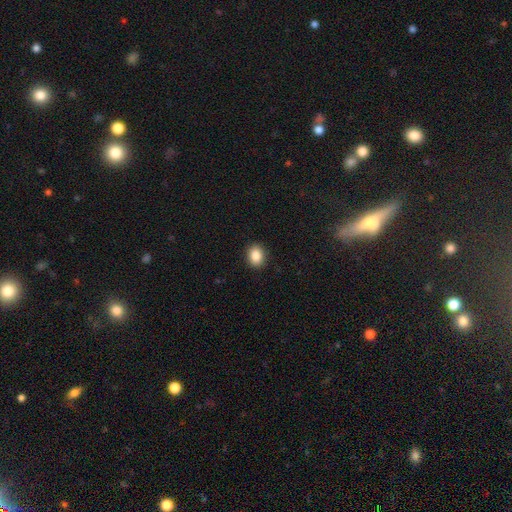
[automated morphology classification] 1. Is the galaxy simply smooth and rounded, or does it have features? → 87% smooth, 9% star or artifact, 5% featured or disk.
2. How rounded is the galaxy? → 50% round, 49% in between, 1% cigar-shaped.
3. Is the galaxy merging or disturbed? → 91% none, 6% minor disturbance, 2% major disturbance, 1% merger.